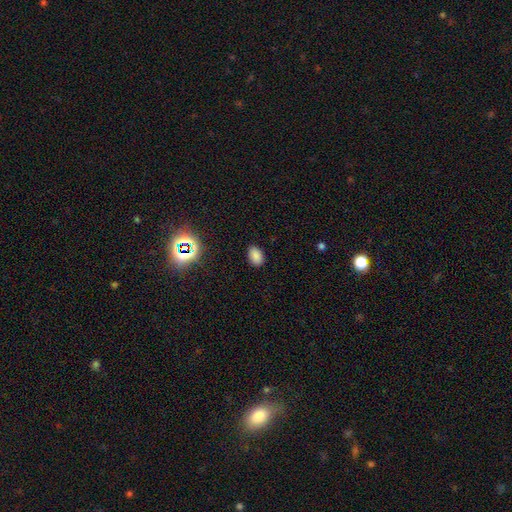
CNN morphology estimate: A smooth galaxy with no disk features (81%) that is in between round and cigar-shaped (86%). Merging: none (86%).